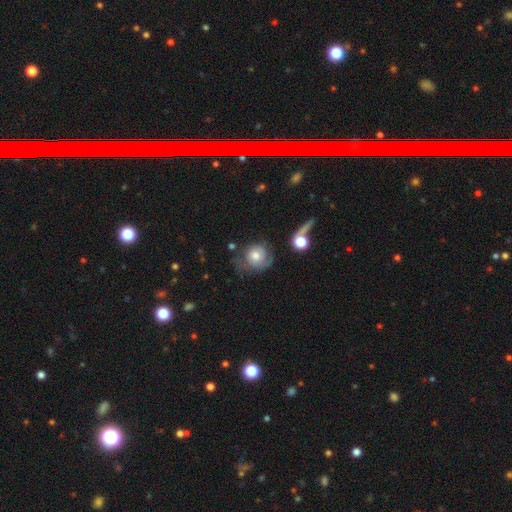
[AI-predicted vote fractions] A smooth galaxy with no disk features (48%).

Vote fractions:
- Smooth or featured? smooth: 48% / featured or disk: 44% / star or artifact: 8%
- Merging? none: 47% / minor disturbance: 26% / major disturbance: 22% / merger: 5%